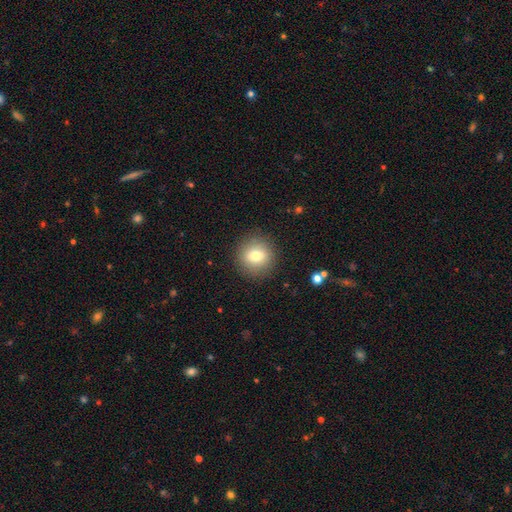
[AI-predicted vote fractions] smooth-or-featured: smooth: 77% | featured or disk: 13% | star or artifact: 10%
  how-rounded: round: 90% | in between: 9% | cigar-shaped: 1%
  merging: none: 89% | minor disturbance: 7% | major disturbance: 3% | merger: 1%